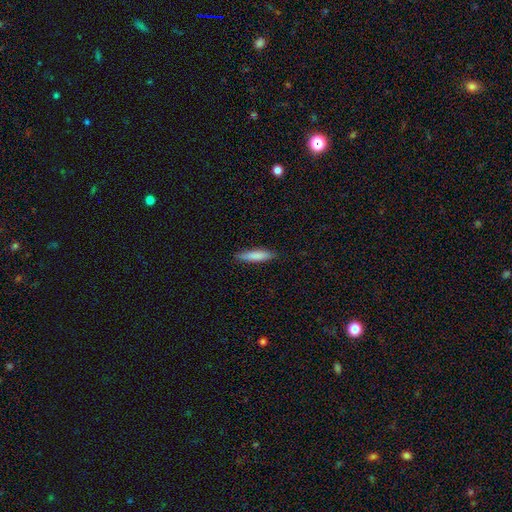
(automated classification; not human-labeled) This appears to be a smooth galaxy with no disk features (82%) that is cigar-shaped (79%). Merging: none (85%).